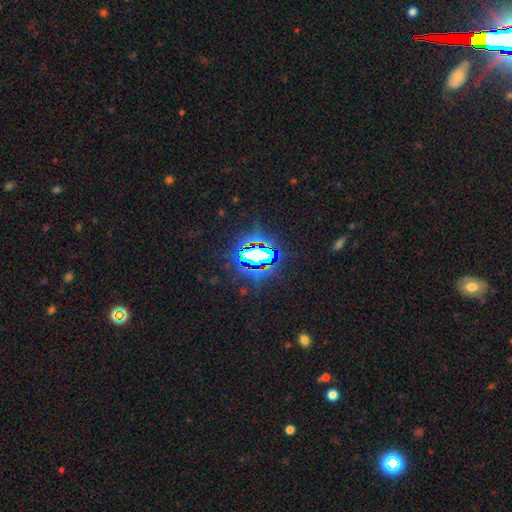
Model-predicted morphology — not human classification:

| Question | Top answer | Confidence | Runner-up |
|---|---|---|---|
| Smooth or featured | star or artifact | 73% | smooth (14%) |